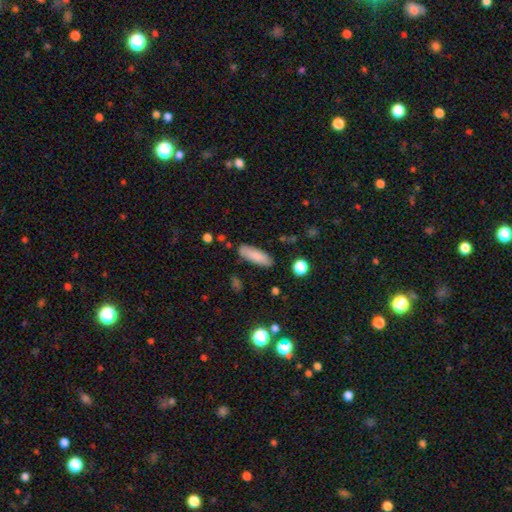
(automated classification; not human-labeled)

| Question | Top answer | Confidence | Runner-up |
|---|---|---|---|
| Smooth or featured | smooth | 84% | featured or disk (9%) |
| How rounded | in between | 58% | cigar-shaped (40%) |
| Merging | none | 83% | minor disturbance (12%) |